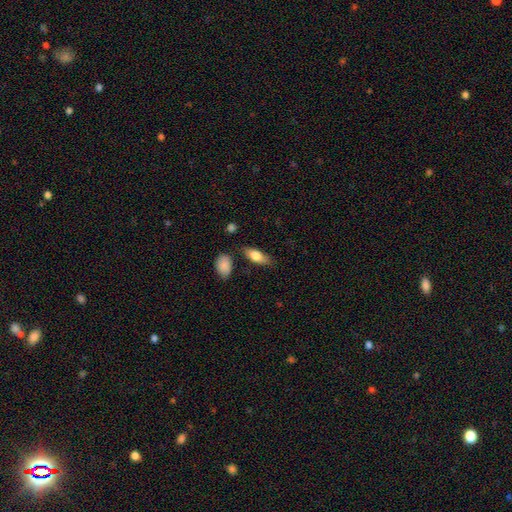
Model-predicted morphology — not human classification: A smooth galaxy with no disk features (75%) that is in between round and cigar-shaped (76%).

Vote fractions:
- Smooth or featured? smooth: 75% / featured or disk: 19% / star or artifact: 6%
- How rounded? in between: 76% / cigar-shaped: 21% / round: 3%
- Merging? none: 77% / minor disturbance: 15% / merger: 4% / major disturbance: 4%